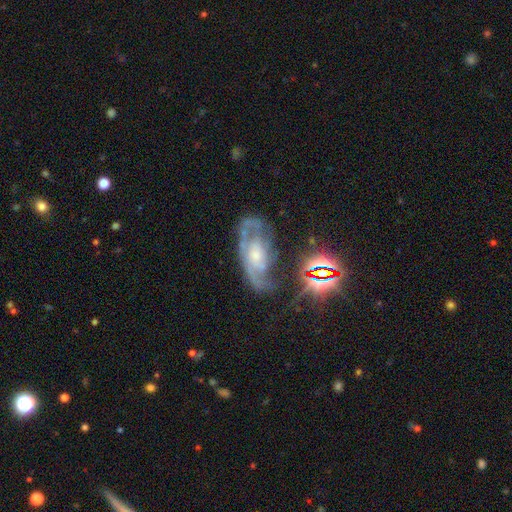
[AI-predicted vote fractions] smooth_or_featured: featured or disk (p=0.76) [alt: smooth p=0.13]
disk_edge_on: no (p=0.94) [alt: yes p=0.06]
bar: no (p=0.68) [alt: weak p=0.26]
has_spiral_arms: yes (p=0.85) [alt: no p=0.15]
spiral_winding: medium (p=0.44) [alt: tight p=0.36]
spiral_arm_count: 2 (p=0.45) [alt: can't tell p=0.26]
bulge_size: moderate (p=0.41) [alt: small p=0.39]
merging: none (p=0.49) [alt: minor disturbance p=0.24]